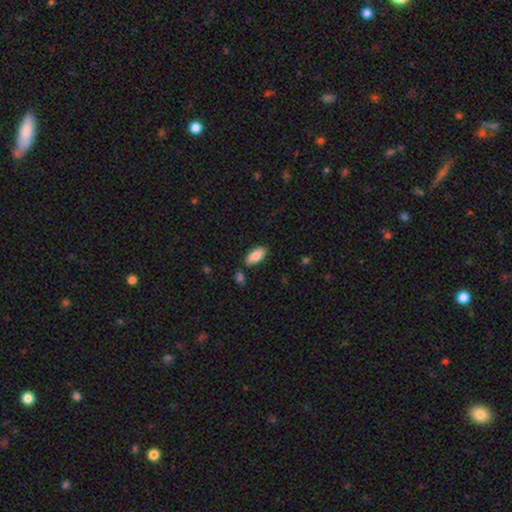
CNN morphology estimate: smooth_or_featured: smooth (p=0.86) [alt: featured or disk p=0.07]
how_rounded: in between (p=0.88) [alt: cigar-shaped p=0.11]
merging: none (p=0.82) [alt: minor disturbance p=0.11]